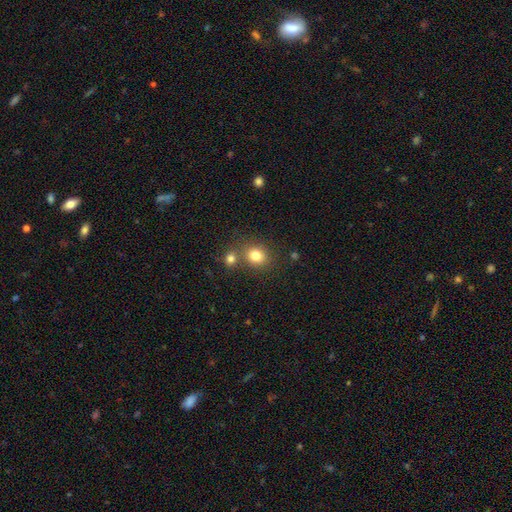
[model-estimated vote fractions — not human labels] Q: Smooth or featured?
A: smooth (80%); runner-up: star or artifact (13%)
Q: How rounded?
A: round (72%); runner-up: in between (27%)
Q: Merging?
A: none (65%); runner-up: merger (22%)